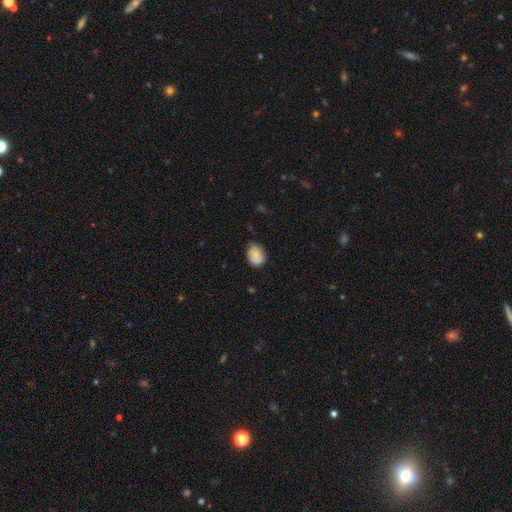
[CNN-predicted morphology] Smooth or featured?
  - smooth: 80% *
  - featured or disk: 12%
  - star or artifact: 8%
How rounded?
  - in between: 65% *
  - round: 34%
  - cigar-shaped: 1%
Merging?
  - none: 58% *
  - minor disturbance: 33%
  - major disturbance: 5%
  - merger: 3%